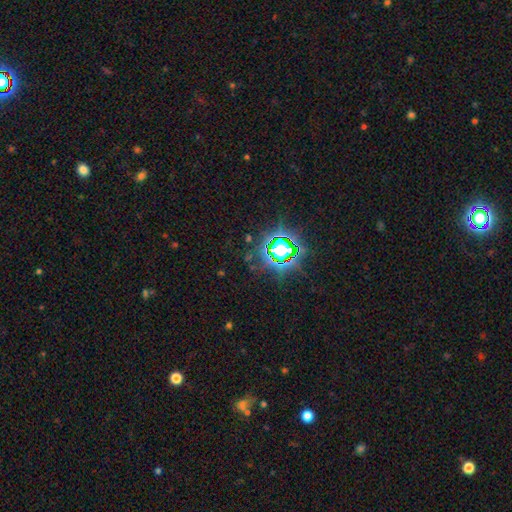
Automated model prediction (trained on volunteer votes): smooth-or-featured: star or artifact: 82% | smooth: 11% | featured or disk: 7%